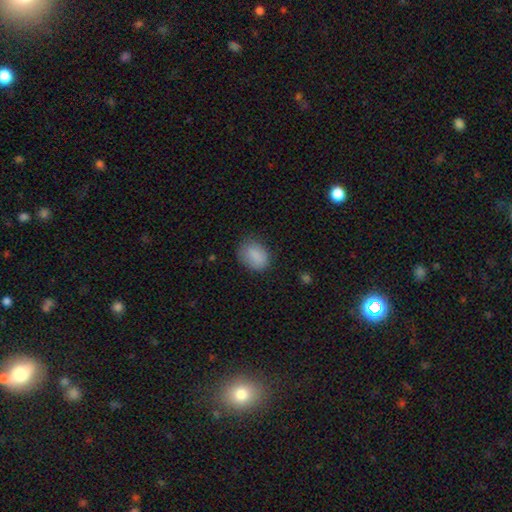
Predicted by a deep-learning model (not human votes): smooth_or_featured: smooth (p=0.86) [alt: star or artifact p=0.08]
how_rounded: in between (p=0.64) [alt: round p=0.34]
merging: none (p=0.73) [alt: minor disturbance p=0.20]